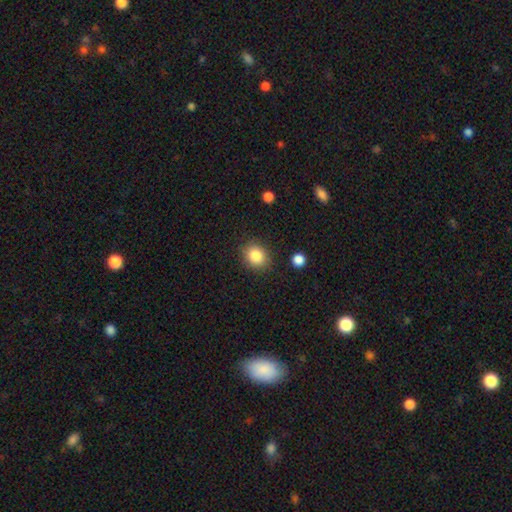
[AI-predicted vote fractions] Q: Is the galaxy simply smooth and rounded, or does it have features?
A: smooth — 85%.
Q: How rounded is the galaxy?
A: round — 72%.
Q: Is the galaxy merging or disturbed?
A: none — 86%.